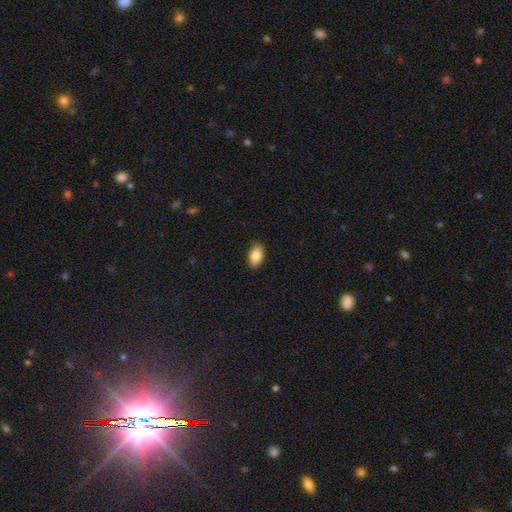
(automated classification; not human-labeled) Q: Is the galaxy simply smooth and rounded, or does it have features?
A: smooth — 86%.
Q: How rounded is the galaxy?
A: in between — 90%.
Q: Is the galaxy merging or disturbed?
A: none — 85%.